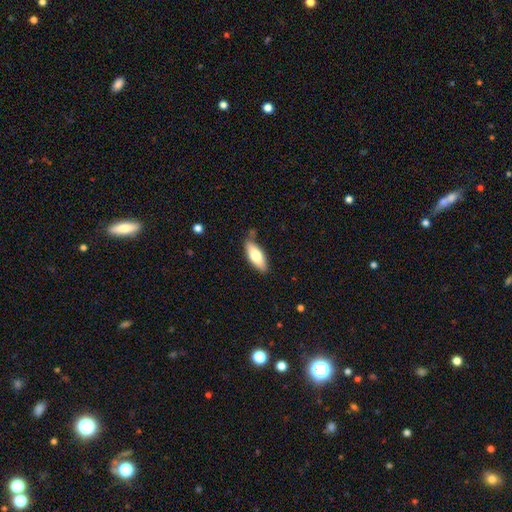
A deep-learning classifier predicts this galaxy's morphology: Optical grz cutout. It shows a smooth galaxy with no disk features (72%) that is in between round and cigar-shaped (75%). Merging: none (76%).